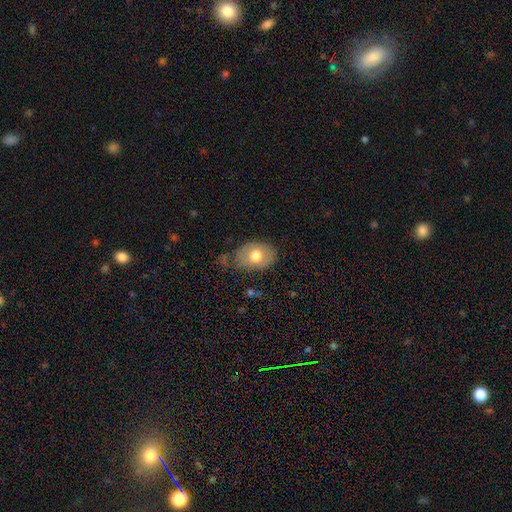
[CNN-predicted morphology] A smooth galaxy with no disk features (67%) that is in between round and cigar-shaped (80%).

Vote fractions:
- Smooth or featured? smooth: 67% / featured or disk: 26% / star or artifact: 7%
- How rounded? in between: 80% / round: 19% / cigar-shaped: 1%
- Merging? none: 68% / minor disturbance: 23% / major disturbance: 7% / merger: 2%